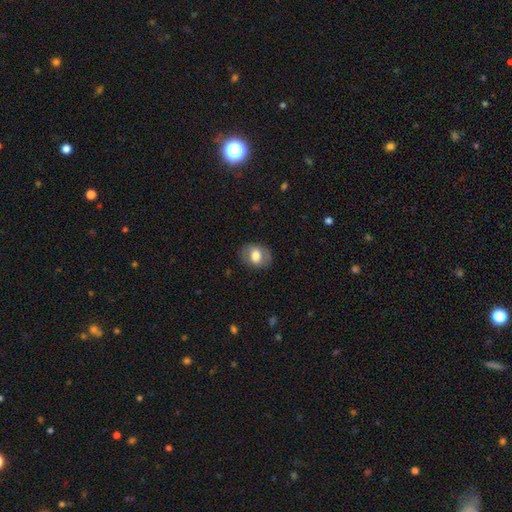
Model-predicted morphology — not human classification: type=smooth (66%); roundness=in between (64%); merging=none (80%).